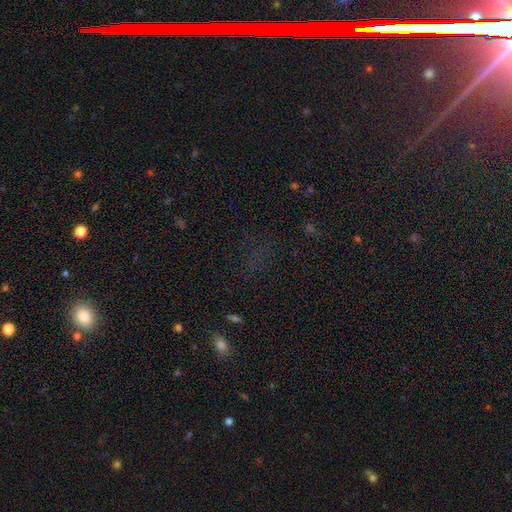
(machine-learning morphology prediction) smooth-or-featured: star or artifact: 68% | smooth: 20% | featured or disk: 11%